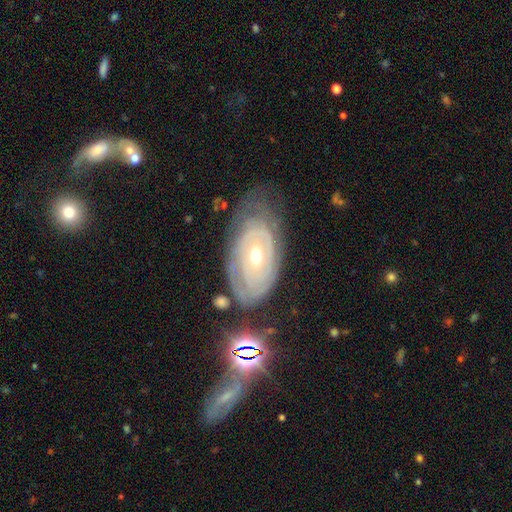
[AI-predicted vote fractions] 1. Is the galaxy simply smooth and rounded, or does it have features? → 80% featured or disk, 13% smooth, 7% star or artifact.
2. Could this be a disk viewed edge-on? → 93% no, 7% yes.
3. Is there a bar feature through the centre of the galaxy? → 69% no, 22% weak, 9% strong.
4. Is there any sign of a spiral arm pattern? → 78% yes, 22% no.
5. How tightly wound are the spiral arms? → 79% tight, 15% medium, 5% loose.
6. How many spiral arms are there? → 55% can't tell, 23% 2, 9% 3, 5% 1, 5% 4, 4% more than 4.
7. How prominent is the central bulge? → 64% moderate, 32% small, 3% large, 1% dominant, 1% none.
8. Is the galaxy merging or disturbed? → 65% none, 22% minor disturbance, 10% major disturbance, 3% merger.